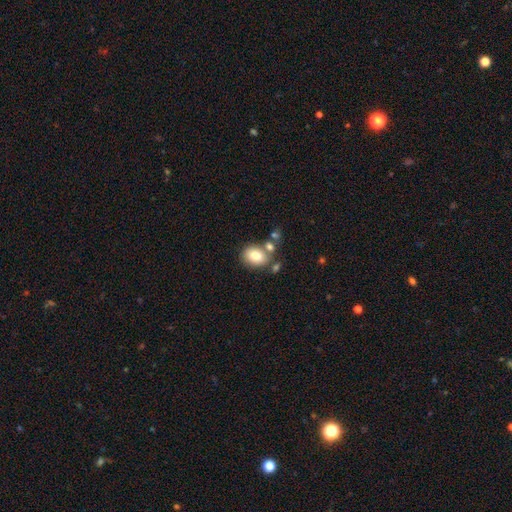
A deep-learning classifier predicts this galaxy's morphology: A smooth galaxy with no disk features (81%) that is in between round and cigar-shaped (68%). Merging: none (60%).